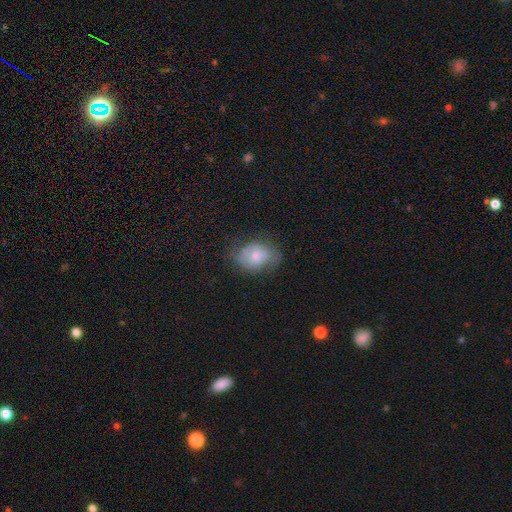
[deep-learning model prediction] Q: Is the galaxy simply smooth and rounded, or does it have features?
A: smooth — 67%.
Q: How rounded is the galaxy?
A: in between — 71%.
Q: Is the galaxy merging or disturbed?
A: none — 55%.